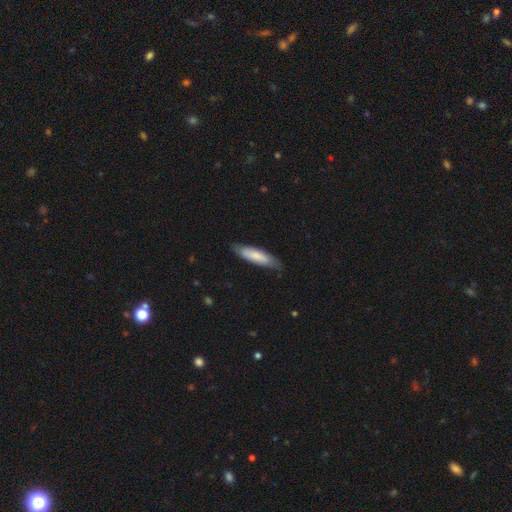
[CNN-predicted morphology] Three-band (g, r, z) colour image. It shows a smooth galaxy with no disk features (77%) that is cigar-shaped (67%). Merging: none (81%).